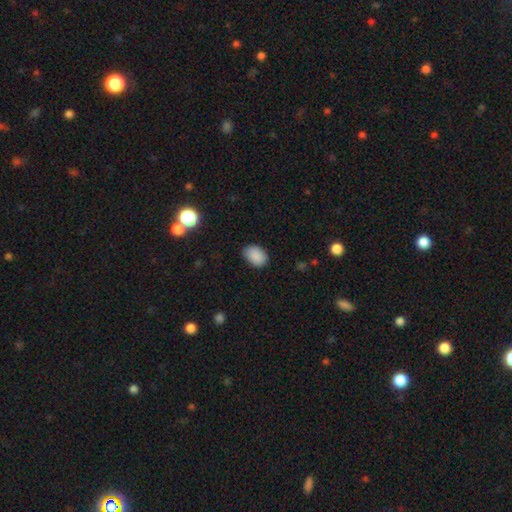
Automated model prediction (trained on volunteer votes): smooth-or-featured: smooth: 88% | star or artifact: 9% | featured or disk: 3%
  how-rounded: in between: 81% | round: 18% | cigar-shaped: 1%
  merging: none: 84% | minor disturbance: 13% | major disturbance: 3% | merger: 1%